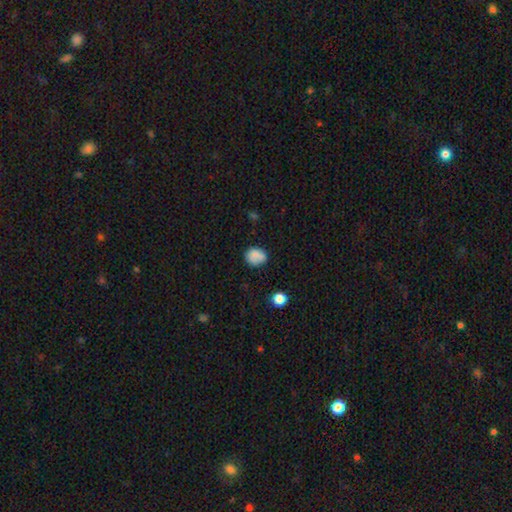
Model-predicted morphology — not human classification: Smooth or featured? Predicted: smooth (p=0.79). How rounded? Predicted: round (p=0.55). Merging? Predicted: none (p=0.65).